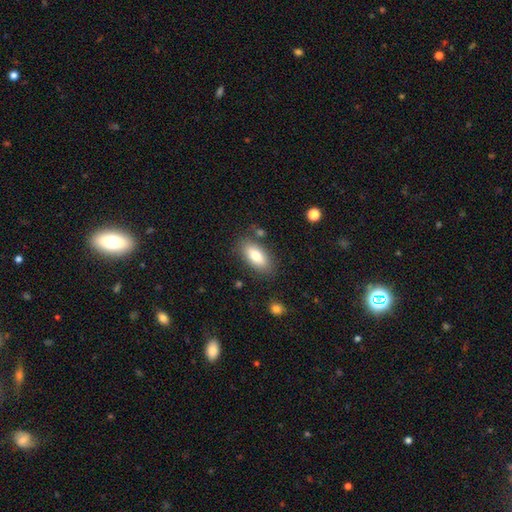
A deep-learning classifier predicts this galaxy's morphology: The model was most divided on "smooth or featured": smooth: 80%, featured or disk: 14%, star or artifact: 7%. More confident: how rounded — in between (86%); merging — none (80%).